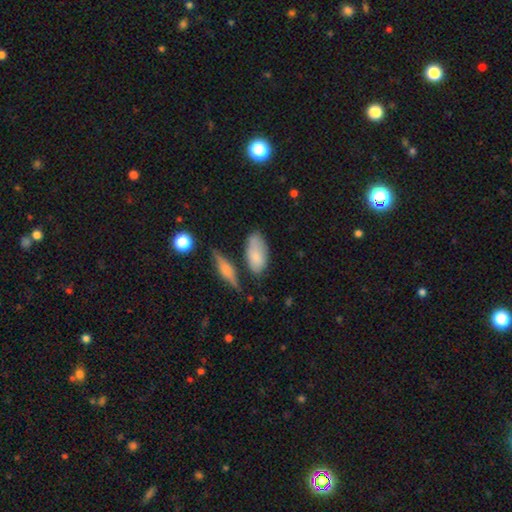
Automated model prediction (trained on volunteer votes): Overall: smooth (75%). How rounded: in between (88%). Merging: none (55%; minor disturbance 25%).